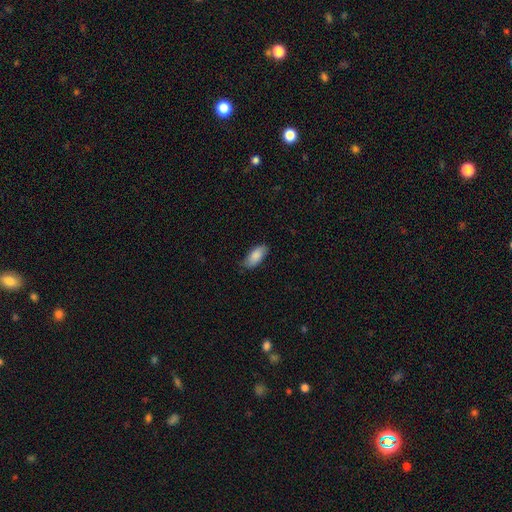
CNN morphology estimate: Smooth or featured: smooth — 87% (featured or disk — 7%)
How rounded: in between — 90% (cigar-shaped — 8%)
Merging: none — 79% (minor disturbance — 17%)